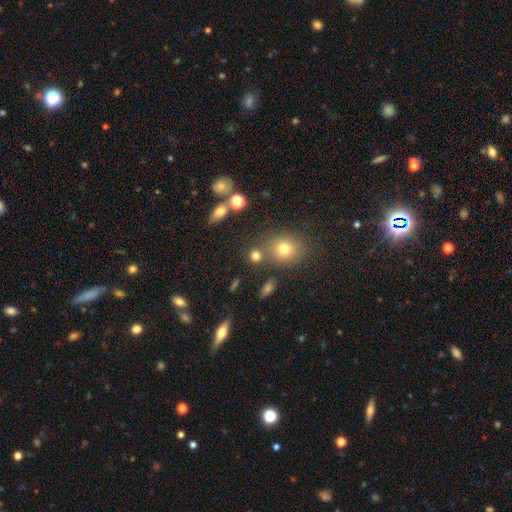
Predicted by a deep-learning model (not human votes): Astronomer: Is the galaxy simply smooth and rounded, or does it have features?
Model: smooth — 74%.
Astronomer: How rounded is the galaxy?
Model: round — 79%.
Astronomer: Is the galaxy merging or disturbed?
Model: none — 65%.